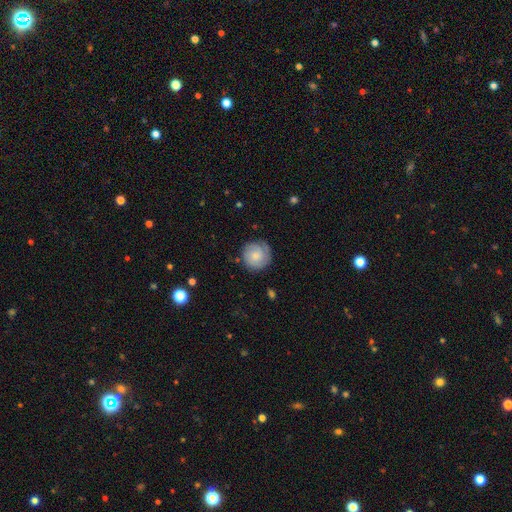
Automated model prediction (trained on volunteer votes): smooth-or-featured: smooth: 55% | featured or disk: 38% | star or artifact: 7%
  how-rounded: round: 93% | in between: 6% | cigar-shaped: 1%
  merging: none: 78% | minor disturbance: 16% | major disturbance: 5% | merger: 1%